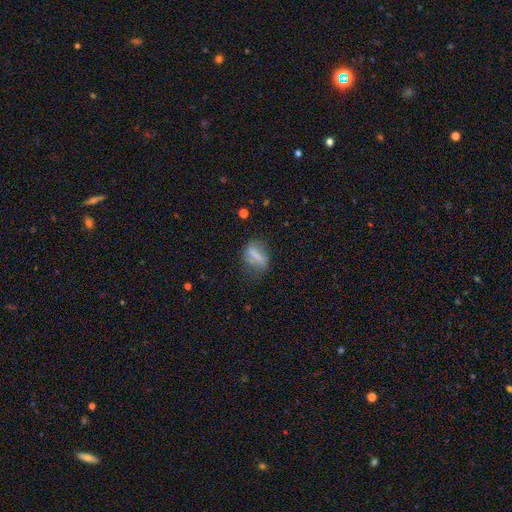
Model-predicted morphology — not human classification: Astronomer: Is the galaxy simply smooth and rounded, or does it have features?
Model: smooth — 57%.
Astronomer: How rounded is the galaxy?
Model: in between — 54% (runner-up: cigar-shaped, 30%).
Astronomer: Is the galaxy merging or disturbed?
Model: none — 63%.